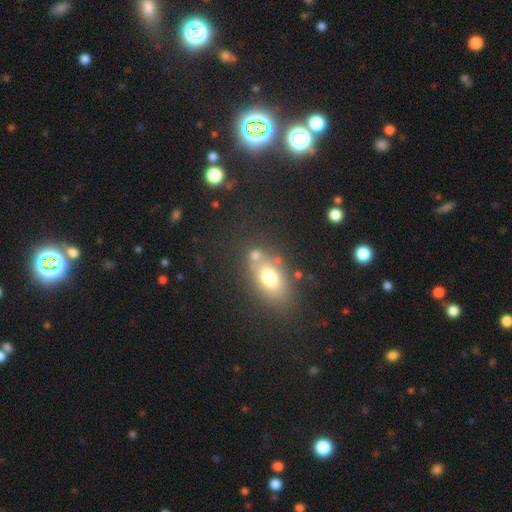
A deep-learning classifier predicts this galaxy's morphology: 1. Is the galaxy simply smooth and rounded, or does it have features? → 68% smooth, 16% star or artifact, 16% featured or disk.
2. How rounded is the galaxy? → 61% in between, 34% round, 5% cigar-shaped.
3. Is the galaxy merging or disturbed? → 62% none, 20% merger, 13% minor disturbance, 6% major disturbance.